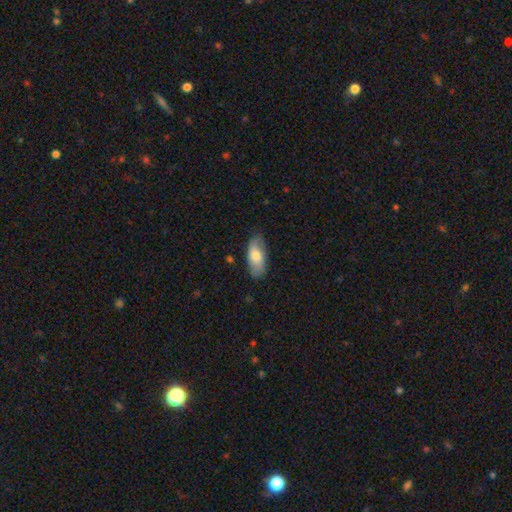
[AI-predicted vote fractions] A smooth galaxy with no disk features (73%) that is in between round and cigar-shaped (89%).

Vote fractions:
- Smooth or featured? smooth: 73% / featured or disk: 21% / star or artifact: 6%
- How rounded? in between: 89% / cigar-shaped: 9% / round: 3%
- Merging? none: 77% / minor disturbance: 18% / major disturbance: 4% / merger: 1%